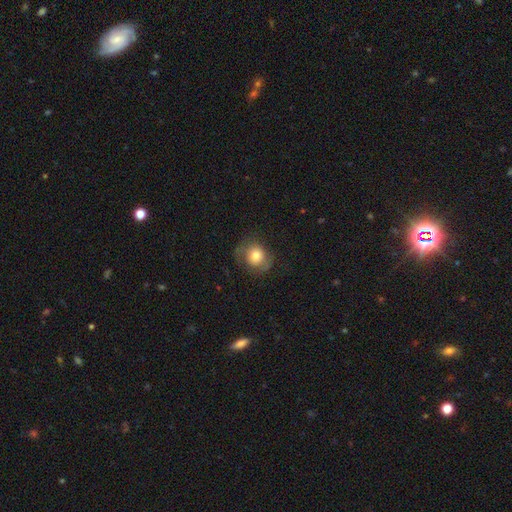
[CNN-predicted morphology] A smooth galaxy with no disk features (64%) that is round (76%).

Vote fractions:
- Smooth or featured? smooth: 64% / featured or disk: 27% / star or artifact: 9%
- How rounded? round: 76% / in between: 23% / cigar-shaped: 1%
- Merging? none: 65% / minor disturbance: 20% / major disturbance: 13% / merger: 1%